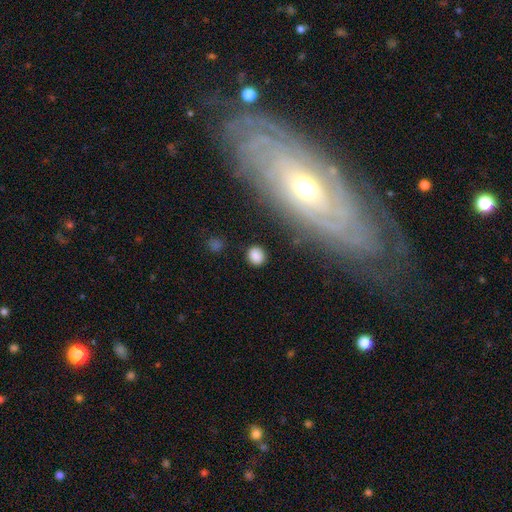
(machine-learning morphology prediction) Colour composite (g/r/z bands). It shows a smooth galaxy with no disk features (82%) that is round (75%). Merging: none (86%).